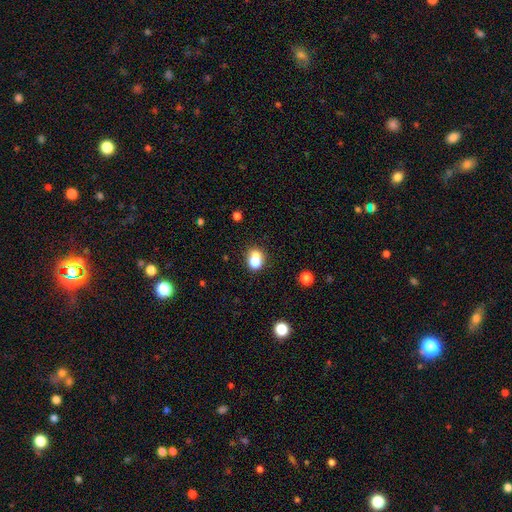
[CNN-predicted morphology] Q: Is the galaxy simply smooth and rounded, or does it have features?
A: smooth — 71%.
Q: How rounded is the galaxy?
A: round — 65%.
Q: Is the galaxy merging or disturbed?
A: merger — 42%.